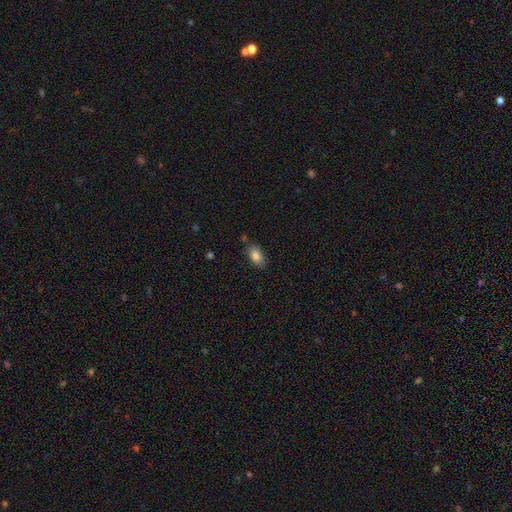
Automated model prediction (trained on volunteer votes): This is clearly a smooth galaxy (82%). How rounded: clearly in between (91%). Merging: likely none (78%).